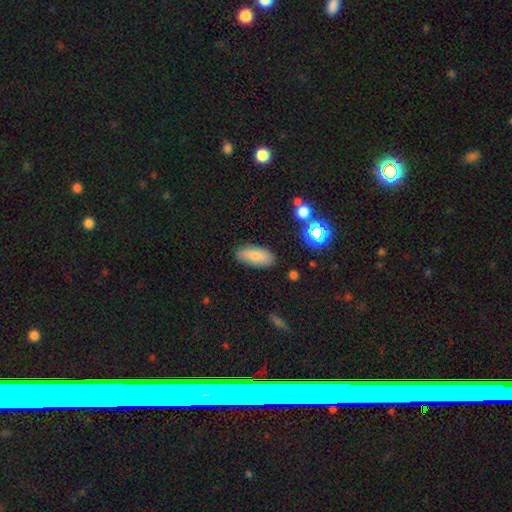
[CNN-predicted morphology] Smooth or featured? smooth (76%)
How rounded? in between (86%)
Merging? none (83%)